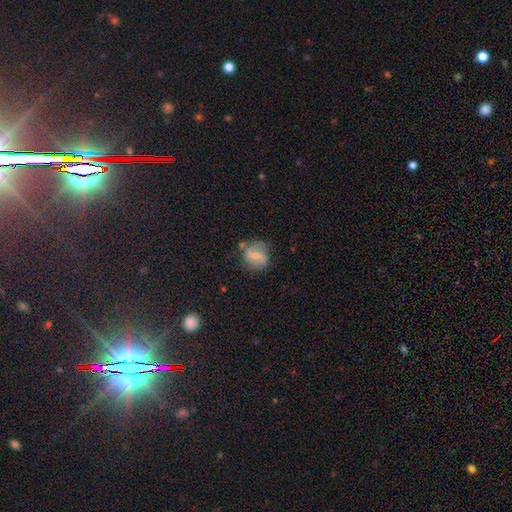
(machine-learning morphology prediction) Q: Smooth or featured?
A: featured or disk (49%); runner-up: smooth (43%)
Q: Merging?
A: none (65%); runner-up: minor disturbance (21%)